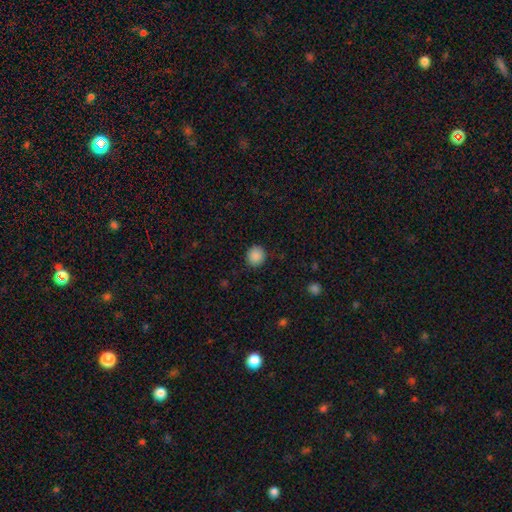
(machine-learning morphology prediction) Q: Smooth or featured?
A: smooth (88%); runner-up: star or artifact (9%)
Q: How rounded?
A: round (87%); runner-up: in between (12%)
Q: Merging?
A: none (90%); runner-up: minor disturbance (7%)